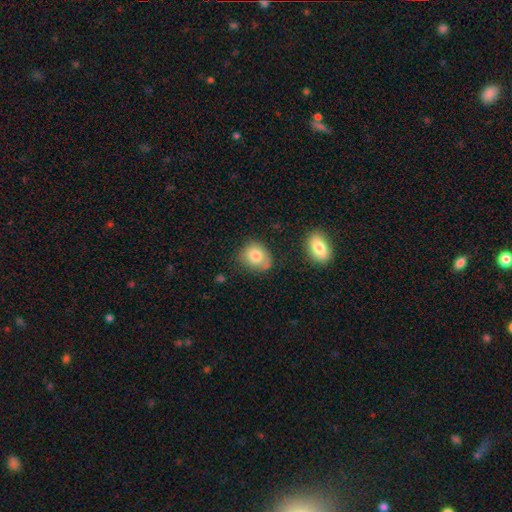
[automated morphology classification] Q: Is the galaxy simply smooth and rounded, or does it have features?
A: smooth — 80%.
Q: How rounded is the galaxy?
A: round — 58%.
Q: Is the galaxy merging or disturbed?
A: none — 61%.